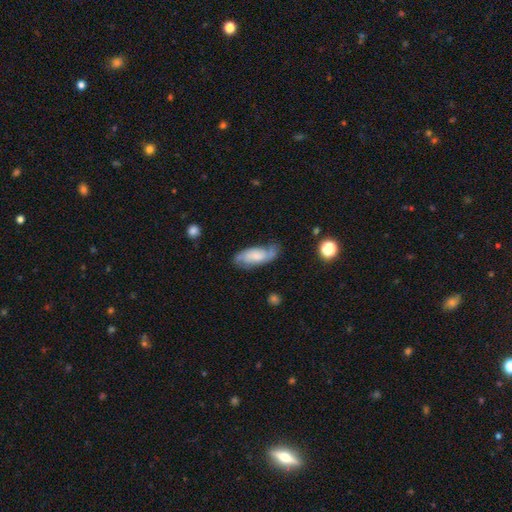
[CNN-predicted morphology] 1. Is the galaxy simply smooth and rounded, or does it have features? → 49% featured or disk, 43% smooth, 7% star or artifact.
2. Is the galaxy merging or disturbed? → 61% none, 26% minor disturbance, 10% major disturbance, 3% merger.